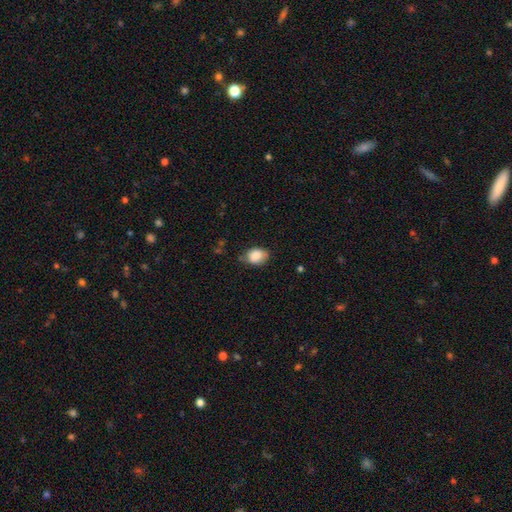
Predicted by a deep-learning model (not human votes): Smooth or featured: smooth — 87% (star or artifact — 7%)
How rounded: in between — 65% (round — 34%)
Merging: none — 69% (minor disturbance — 24%)